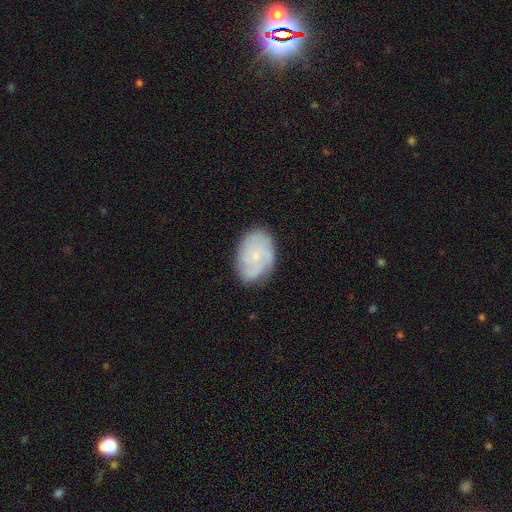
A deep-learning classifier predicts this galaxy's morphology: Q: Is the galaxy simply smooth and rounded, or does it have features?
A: featured or disk — 52%.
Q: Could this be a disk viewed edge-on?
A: no — 97%.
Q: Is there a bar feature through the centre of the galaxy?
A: no — 79%.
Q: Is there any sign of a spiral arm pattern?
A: yes — 86%.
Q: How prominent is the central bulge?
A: small — 74%.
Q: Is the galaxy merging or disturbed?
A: none — 77%.